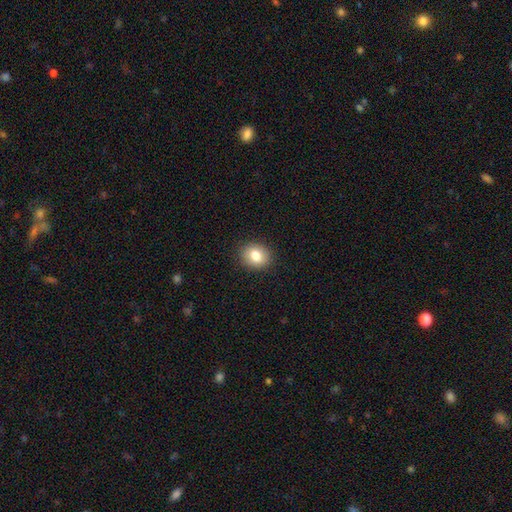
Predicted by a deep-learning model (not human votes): Overall: smooth (81%). How rounded: round (59%; in between 41%). Merging: none (89%).